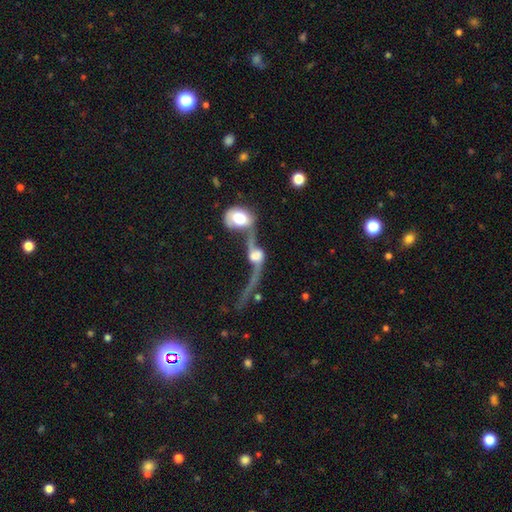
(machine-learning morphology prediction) Smooth or featured? Predicted: featured or disk (p=0.68). Edge-on disk? Predicted: no (p=0.82). Bar? Predicted: no (p=0.62). Spiral arms? Predicted: yes (p=0.73). Bulge size? Predicted: large (p=0.37). Merging? Predicted: merger (p=0.60).